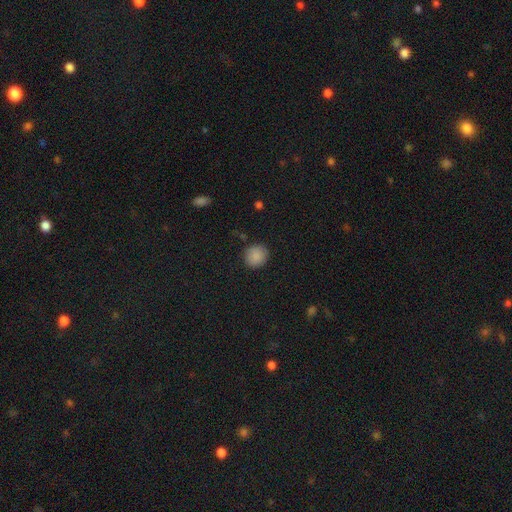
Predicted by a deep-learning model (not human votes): smooth 88%, star or artifact 9%, featured or disk 4%. Down the decision tree: how rounded — round (86%); merging — none (86%).